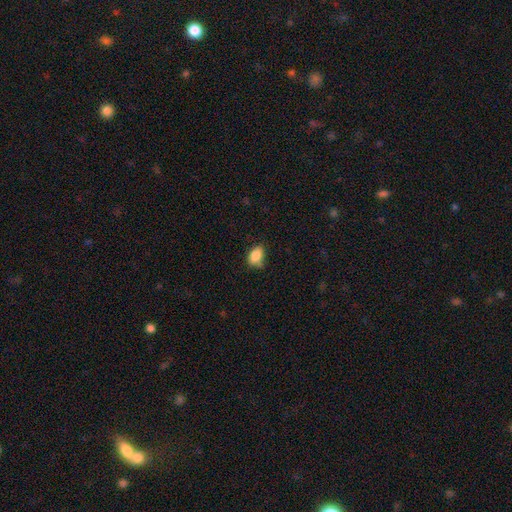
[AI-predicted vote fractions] Overall: smooth (86%). How rounded: in between (80%). Merging: none (62%; minor disturbance 29%).